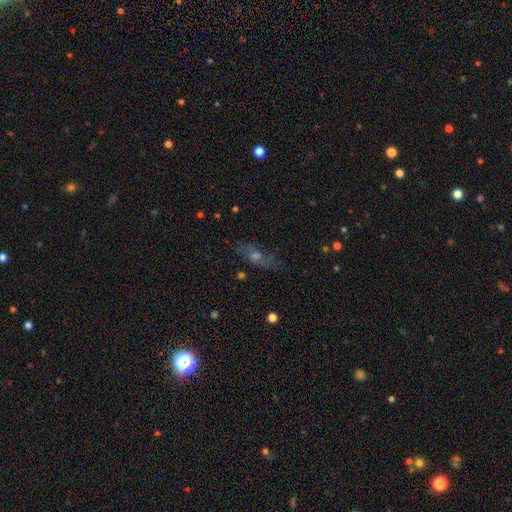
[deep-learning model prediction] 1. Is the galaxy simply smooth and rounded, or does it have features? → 44% featured or disk, 34% smooth, 22% star or artifact.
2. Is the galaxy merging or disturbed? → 68% none, 19% minor disturbance, 10% major disturbance, 3% merger.